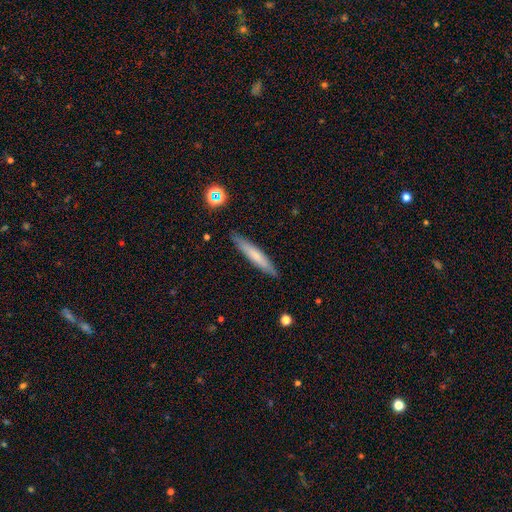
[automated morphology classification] smooth-or-featured: smooth: 64% | featured or disk: 30% | star or artifact: 7%
  how-rounded: cigar-shaped: 92% | in between: 7% | round: 1%
  merging: none: 88% | minor disturbance: 9% | major disturbance: 2% | merger: 1%